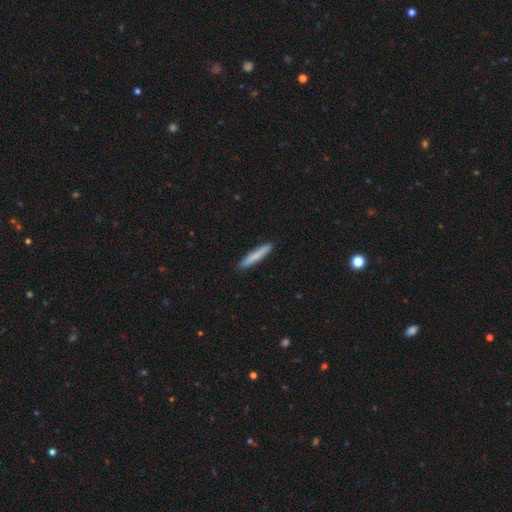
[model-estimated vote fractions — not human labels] smooth-or-featured: smooth: 80% | featured or disk: 14% | star or artifact: 6%
  how-rounded: cigar-shaped: 94% | in between: 4% | round: 1%
  merging: none: 91% | minor disturbance: 6% | major disturbance: 1% | merger: 1%